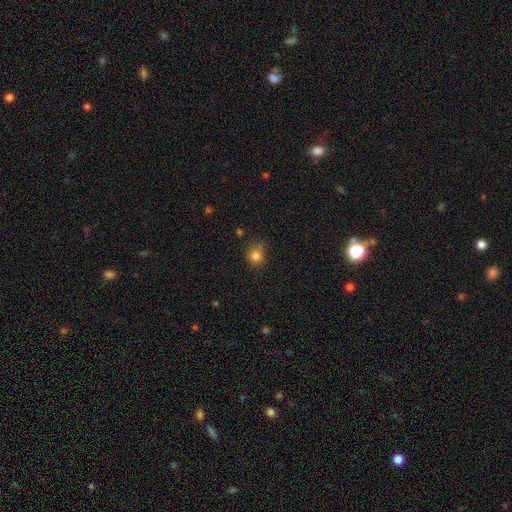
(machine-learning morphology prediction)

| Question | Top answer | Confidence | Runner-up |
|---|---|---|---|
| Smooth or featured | smooth | 81% | star or artifact (13%) |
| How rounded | round | 83% | in between (16%) |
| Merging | none | 73% | minor disturbance (19%) |